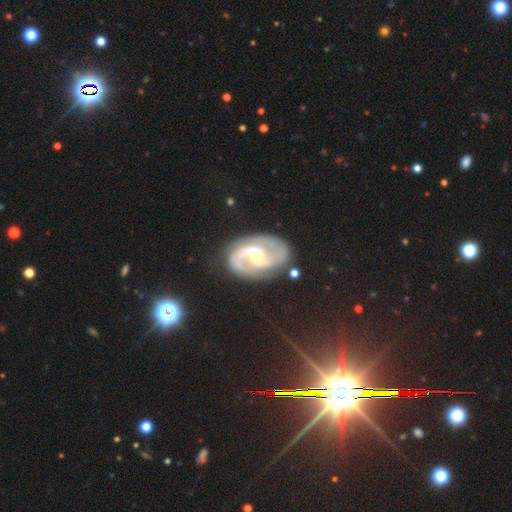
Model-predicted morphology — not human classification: smooth_or_featured: featured or disk (p=0.91) [alt: smooth p=0.05]
disk_edge_on: no (p=0.98) [alt: yes p=0.02]
bar: weak (p=0.48) [alt: no p=0.29]
has_spiral_arms: yes (p=0.97) [alt: no p=0.03]
spiral_winding: medium (p=0.58) [alt: tight p=0.23]
spiral_arm_count: 2 (p=0.93) [alt: can't tell p=0.02]
bulge_size: moderate (p=0.62) [alt: small p=0.26]
merging: none (p=0.79) [alt: minor disturbance p=0.14]